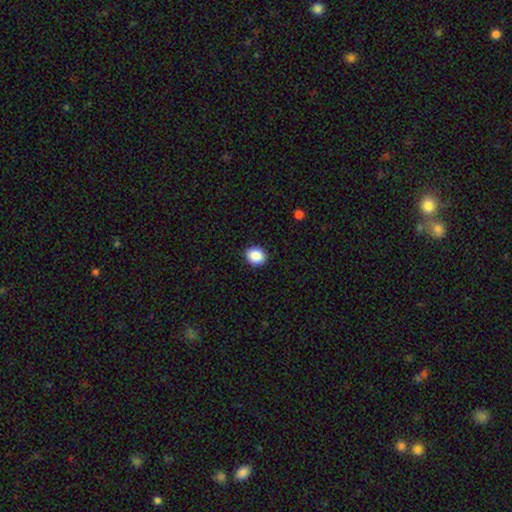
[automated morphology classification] Overall: smooth (89%). How rounded: round (70%). Merging: none (91%).